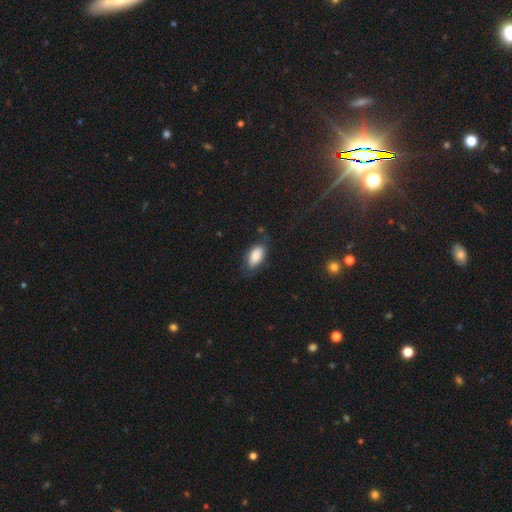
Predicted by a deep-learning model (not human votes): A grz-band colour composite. It shows a smooth galaxy with no disk features (83%) that is in between round and cigar-shaped (92%). Merging: none (67%).